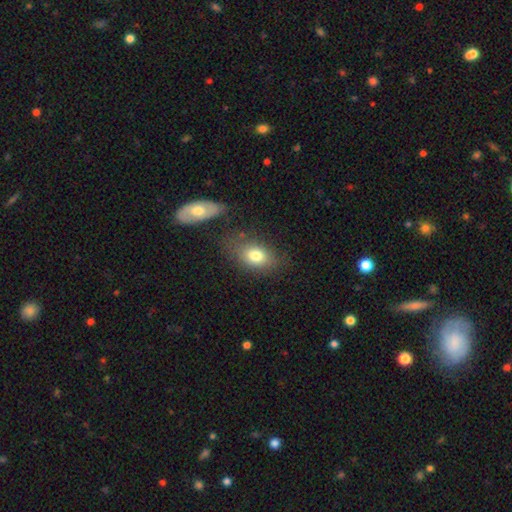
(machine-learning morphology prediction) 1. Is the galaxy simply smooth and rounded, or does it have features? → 78% smooth, 13% featured or disk, 9% star or artifact.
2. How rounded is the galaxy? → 75% in between, 23% round, 2% cigar-shaped.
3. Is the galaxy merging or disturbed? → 68% none, 17% minor disturbance, 7% merger, 7% major disturbance.